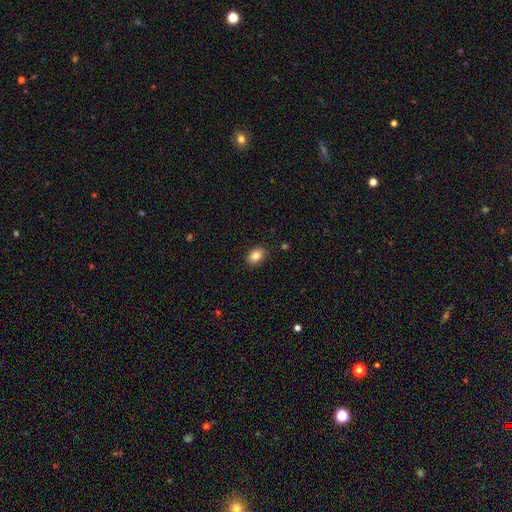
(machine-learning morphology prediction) Q: Smooth or featured?
A: smooth (85%); runner-up: star or artifact (9%)
Q: How rounded?
A: in between (69%); runner-up: round (30%)
Q: Merging?
A: none (87%); runner-up: minor disturbance (9%)